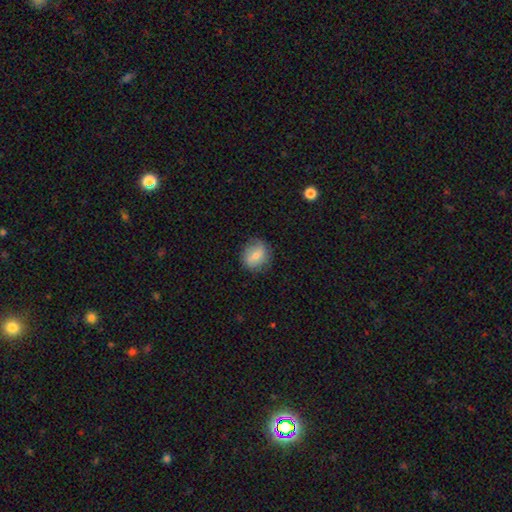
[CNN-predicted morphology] A smooth galaxy with no disk features (60%) that is round (72%). Merging: none (80%).